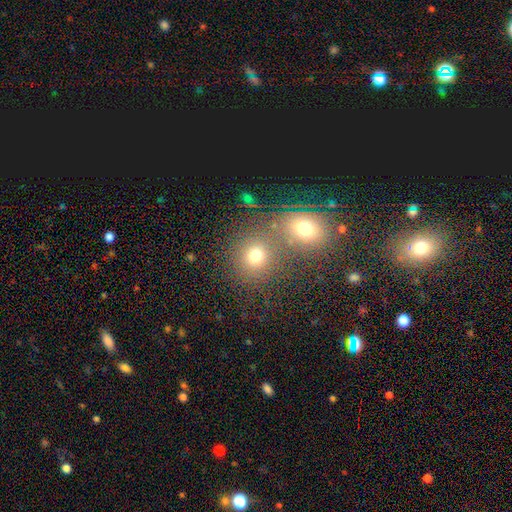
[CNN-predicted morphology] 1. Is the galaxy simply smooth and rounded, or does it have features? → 73% smooth, 17% star or artifact, 10% featured or disk.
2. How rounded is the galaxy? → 80% round, 19% in between, 1% cigar-shaped.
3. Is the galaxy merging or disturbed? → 56% none, 34% merger, 7% minor disturbance, 4% major disturbance.